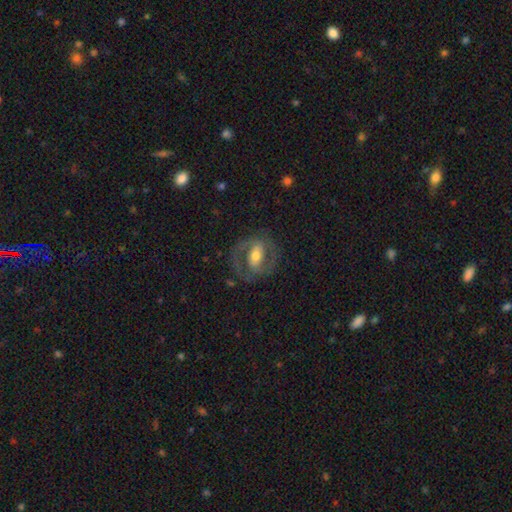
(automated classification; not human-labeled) Smooth or featured?
  - featured or disk: 69% *
  - smooth: 25%
  - star or artifact: 6%
Edge-on disk?
  - no: 93% *
  - yes: 7%
Bar?
  - strong: 42% *
  - weak: 32%
  - no: 26%
Spiral arms?
  - yes: 65% *
  - no: 35%
Bulge size?
  - moderate: 61% *
  - small: 22%
  - large: 13%
  - none: 2%
  - dominant: 2%
Merging?
  - none: 72% *
  - minor disturbance: 15%
  - major disturbance: 12%
  - merger: 1%